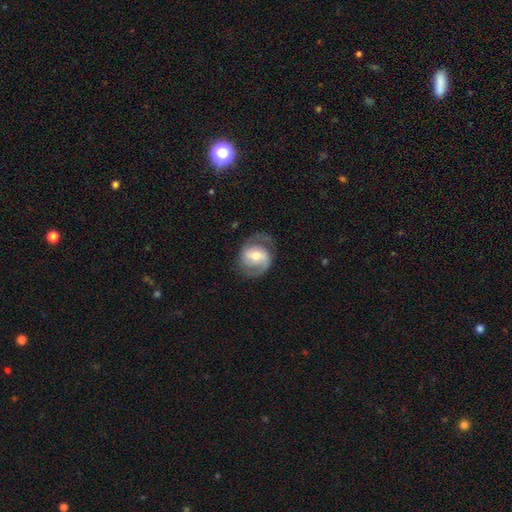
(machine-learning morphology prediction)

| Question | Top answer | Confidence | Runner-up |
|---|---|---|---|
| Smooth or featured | featured or disk | 79% | smooth (15%) |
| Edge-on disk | no | 98% | yes (2%) |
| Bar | weak | 43% | no (38%) |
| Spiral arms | yes | 94% | no (6%) |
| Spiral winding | medium | 50% | tight (30%) |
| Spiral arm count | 2 | 84% | 1 (7%) |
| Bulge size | moderate | 64% | small (28%) |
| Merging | none | 73% | minor disturbance (17%) |